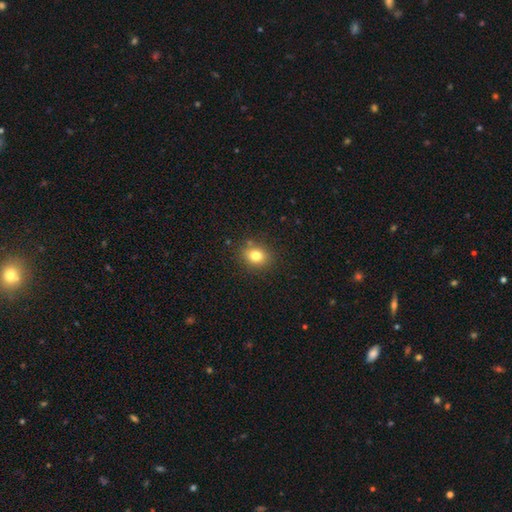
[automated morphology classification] Q: Smooth or featured?
A: smooth (80%); runner-up: star or artifact (12%)
Q: How rounded?
A: round (57%); runner-up: in between (42%)
Q: Merging?
A: none (84%); runner-up: minor disturbance (10%)